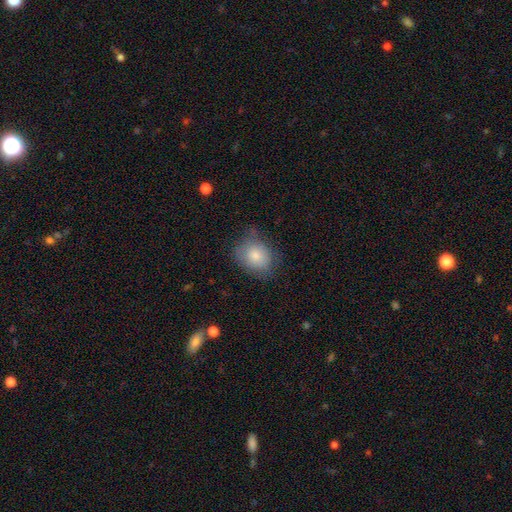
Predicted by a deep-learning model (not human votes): Smooth or featured?
  - smooth: 80% *
  - featured or disk: 12%
  - star or artifact: 8%
How rounded?
  - round: 55% *
  - in between: 44%
  - cigar-shaped: 1%
Merging?
  - none: 64% *
  - minor disturbance: 27%
  - major disturbance: 7%
  - merger: 2%